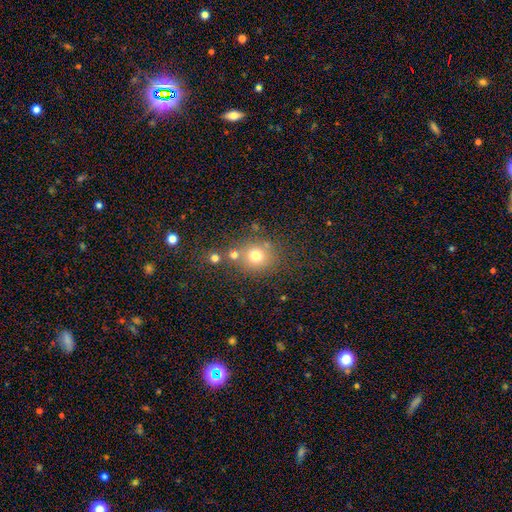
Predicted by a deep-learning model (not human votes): This is likely a smooth galaxy (70%). How rounded: clearly round (81%). Merging: likely none (67%).